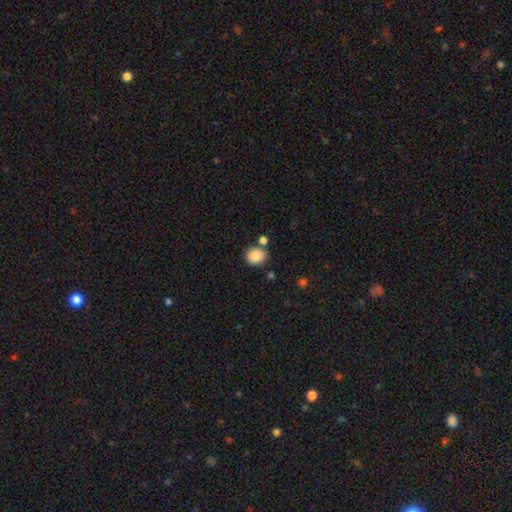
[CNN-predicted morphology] smooth-or-featured: smooth: 86% | star or artifact: 9% | featured or disk: 5%
  how-rounded: round: 70% | in between: 30% | cigar-shaped: 1%
  merging: none: 74% | merger: 12% | minor disturbance: 11% | major disturbance: 3%